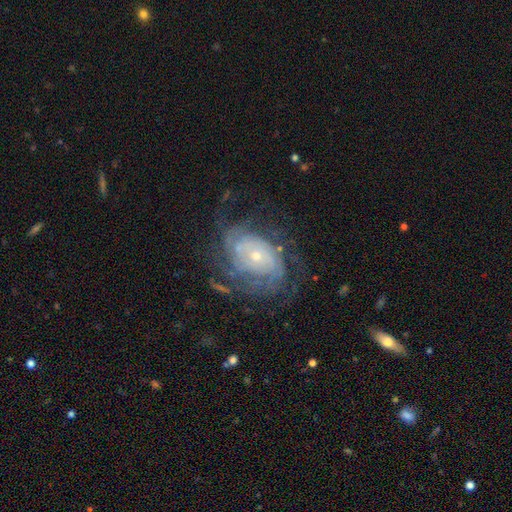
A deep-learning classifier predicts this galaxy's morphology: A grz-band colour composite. It shows a featured or disk galaxy (82%) with no bar (78%), tight (63%) spiral arms (90%) and a small central bulge (68%). Merging: none (63%).